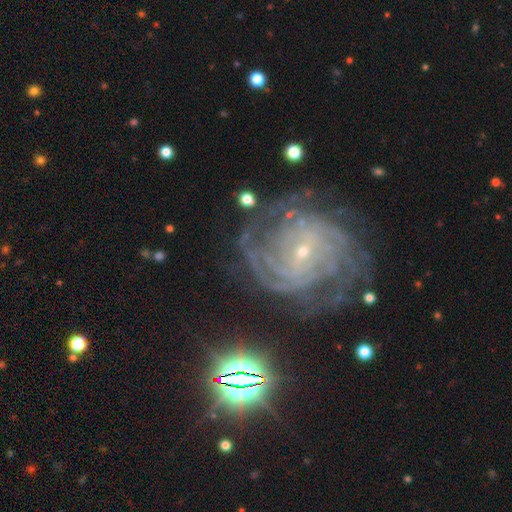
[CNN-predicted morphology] The model was most divided on "spiral arm count": can't tell: 26%, 4: 23%, more than 4: 15%, 3: 15%, 2: 13%, 1: 8%. Remaining: spiral arms — yes (97%); edge-on disk — no (97%); smooth or featured — featured or disk (87%); bulge size — small (83%); merging — none (70%); spiral winding — tight (69%); bar — weak (44%).